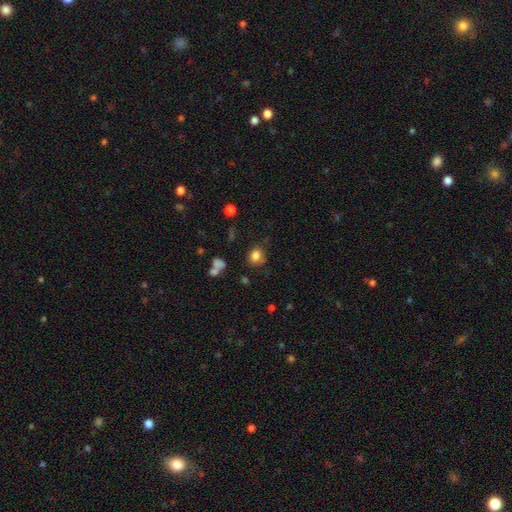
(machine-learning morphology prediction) Smooth or featured? smooth (81%)
How rounded? round (58%)
Merging? none (69%)